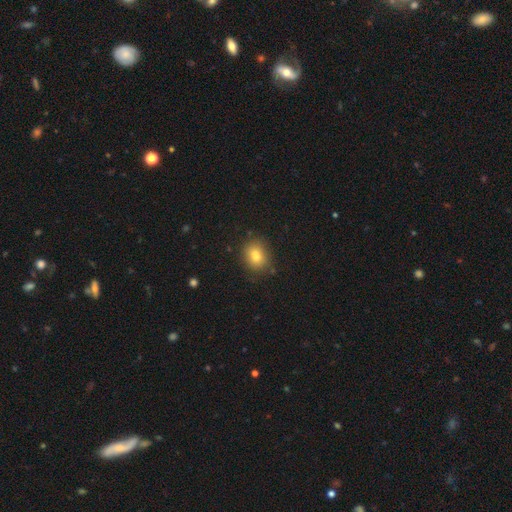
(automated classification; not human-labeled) smooth_or_featured: smooth (p=0.81) [alt: star or artifact p=0.11]
how_rounded: round (p=0.54) [alt: in between p=0.45]
merging: none (p=0.84) [alt: minor disturbance p=0.11]